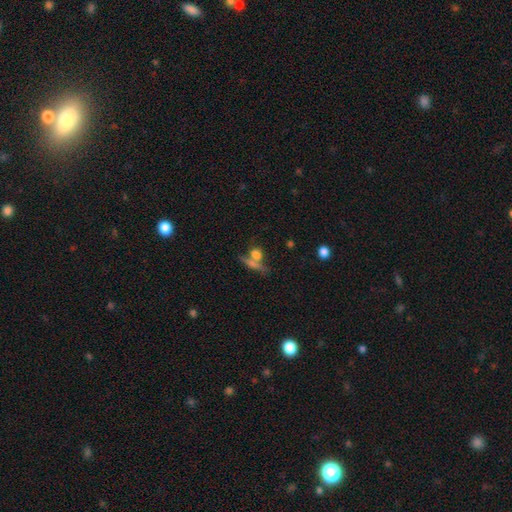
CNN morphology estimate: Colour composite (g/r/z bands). It shows a smooth galaxy with no disk features (64%) that is cigar-shaped (36%). Merging: none (47%).